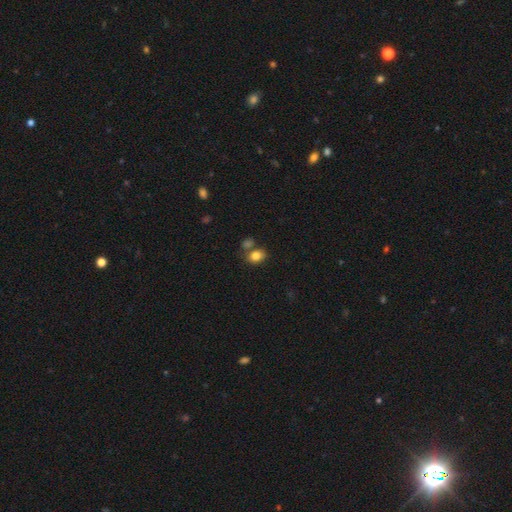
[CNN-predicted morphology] Overall: smooth (82%). How rounded: in between (57%; round 42%). Merging: none (58%; merger 23%).